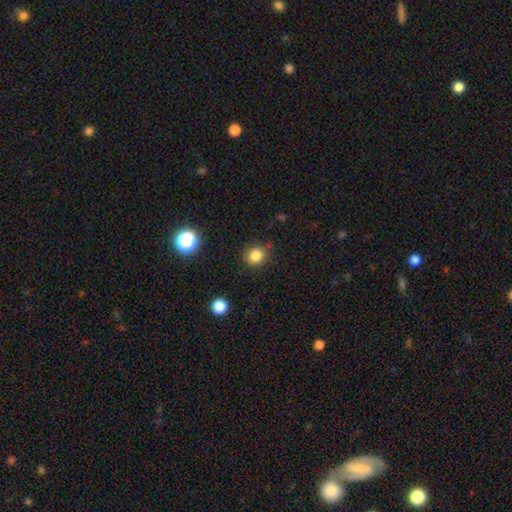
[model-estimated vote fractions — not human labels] Smooth or featured? smooth (83%)
How rounded? round (79%)
Merging? none (86%)